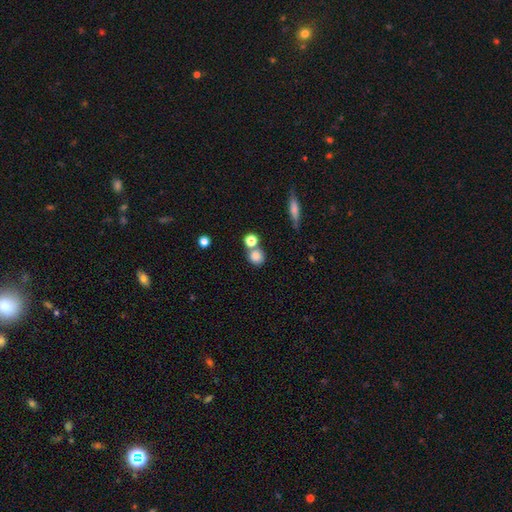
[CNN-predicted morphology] The model was most divided on "merging": none: 56%, merger: 31%, minor disturbance: 9%, major disturbance: 4%. More confident: smooth or featured — smooth (82%); how rounded — round (82%).